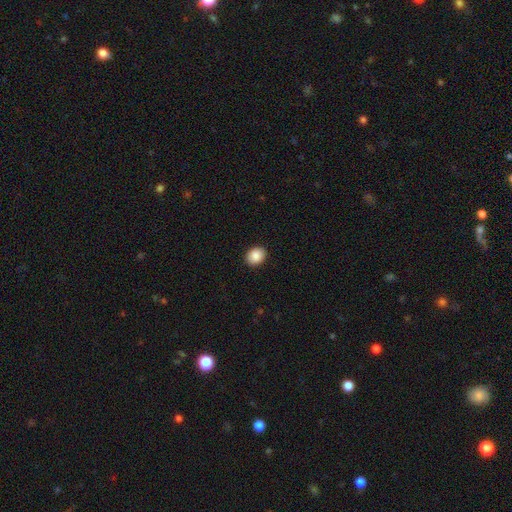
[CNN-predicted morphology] Smooth or featured?
  - smooth: 88% *
  - star or artifact: 8%
  - featured or disk: 4%
How rounded?
  - in between: 54% *
  - round: 45%
  - cigar-shaped: 1%
Merging?
  - none: 91% *
  - minor disturbance: 7%
  - major disturbance: 2%
  - merger: 1%